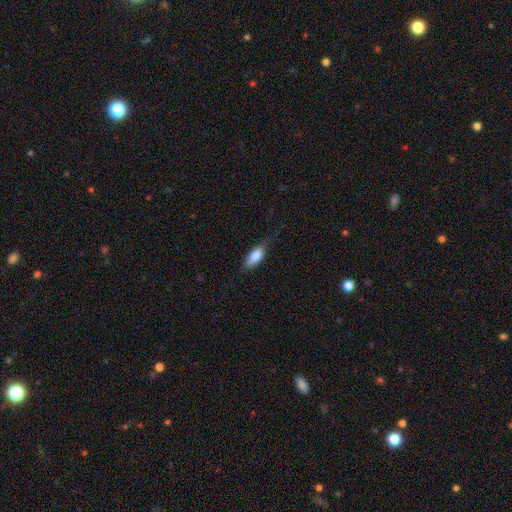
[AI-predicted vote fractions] Smooth or featured? Predicted: smooth (p=0.79). How rounded? Predicted: in between (p=0.76). Merging? Predicted: none (p=0.53).